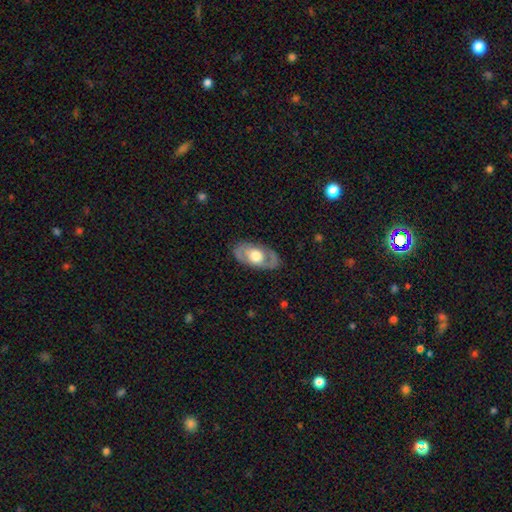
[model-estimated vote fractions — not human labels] Q: Smooth or featured?
A: featured or disk (65%); runner-up: smooth (30%)
Q: Edge-on disk?
A: no (89%); runner-up: yes (11%)
Q: Bar?
A: no (80%); runner-up: weak (16%)
Q: Spiral arms?
A: no (53%); runner-up: yes (47%)
Q: Bulge size?
A: large (48%); runner-up: moderate (44%)
Q: Merging?
A: none (83%); runner-up: minor disturbance (11%)